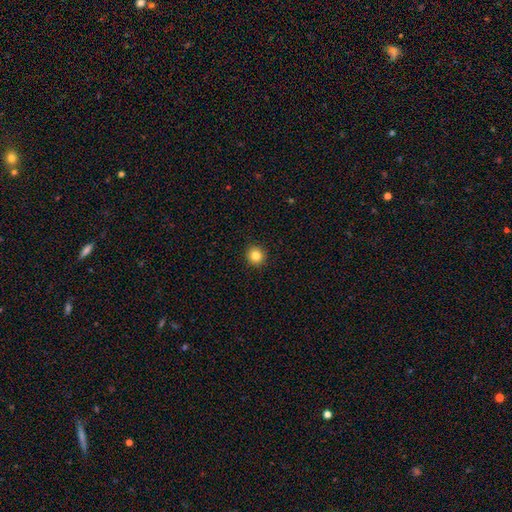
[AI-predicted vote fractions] smooth-or-featured: smooth: 83% | star or artifact: 11% | featured or disk: 6%
  how-rounded: round: 92% | in between: 7% | cigar-shaped: 1%
  merging: none: 92% | minor disturbance: 5% | major disturbance: 2% | merger: 1%